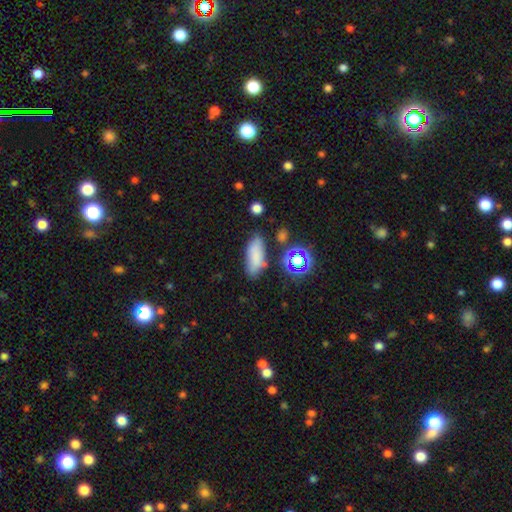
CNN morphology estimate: smooth 73%, star or artifact 15%, featured or disk 12%. Down the decision tree: how rounded — in between (72%); merging — none (70%).